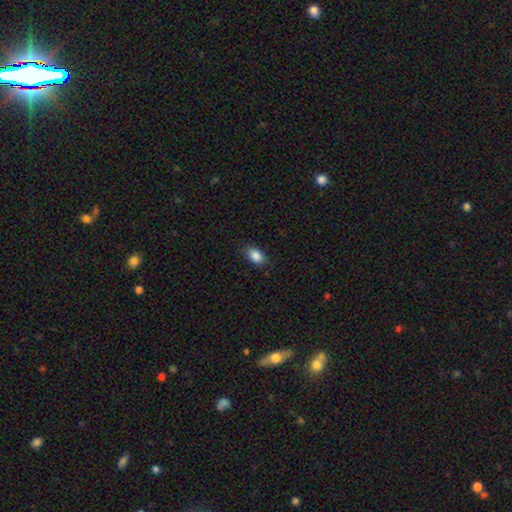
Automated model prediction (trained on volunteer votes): A smooth galaxy with no disk features (87%) that is in between round and cigar-shaped (86%).

Vote fractions:
- Smooth or featured? smooth: 87% / star or artifact: 8% / featured or disk: 5%
- How rounded? in between: 86% / round: 12% / cigar-shaped: 2%
- Merging? none: 83% / minor disturbance: 13% / major disturbance: 3% / merger: 1%